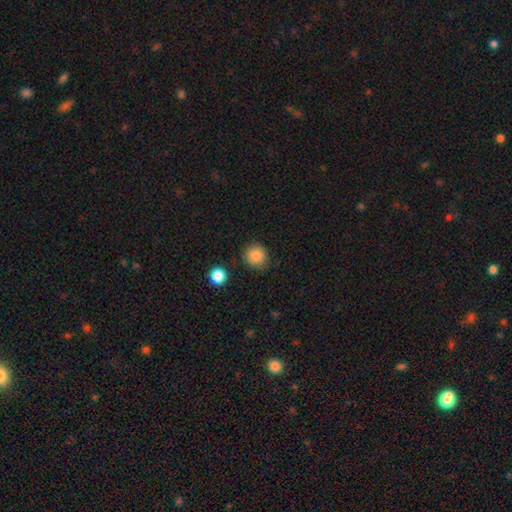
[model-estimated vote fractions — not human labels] This appears to be a smooth galaxy with no disk features (85%) that is round (92%). Merging: none (86%).